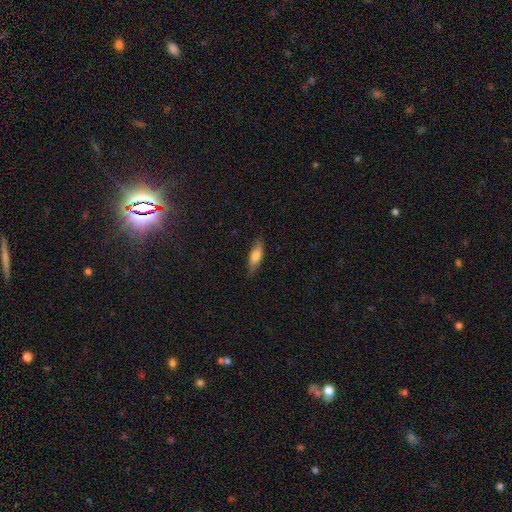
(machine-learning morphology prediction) Smooth or featured: smooth — 70% (featured or disk — 23%)
How rounded: in between — 54% (cigar-shaped — 43%)
Merging: none — 83% (minor disturbance — 14%)